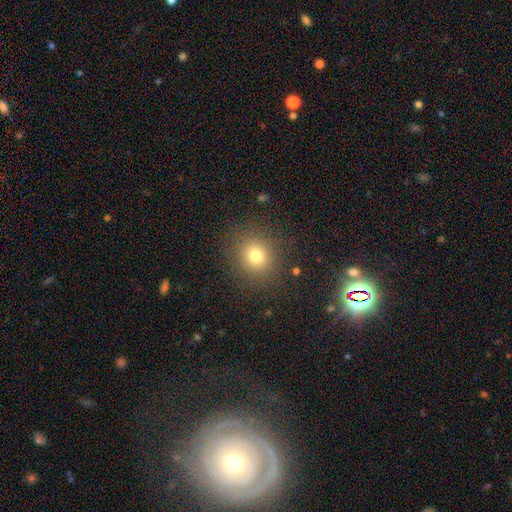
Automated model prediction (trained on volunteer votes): A smooth galaxy with no disk features (74%) that is round (85%). Merging: none (87%).